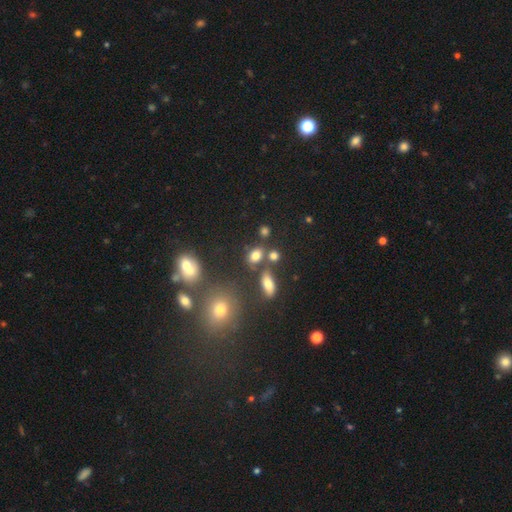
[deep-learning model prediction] Smooth or featured? smooth (75%)
How rounded? in between (66%)
Merging? none (63%)